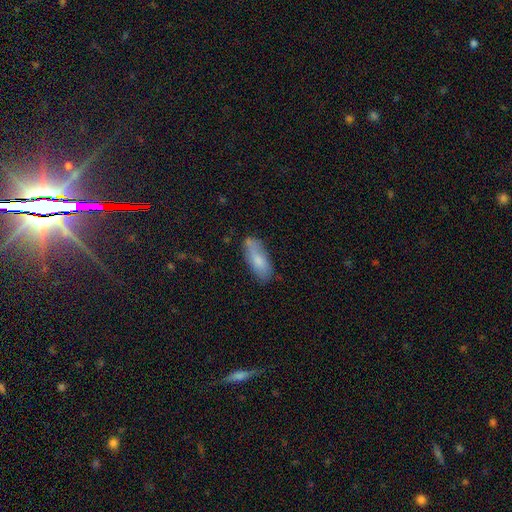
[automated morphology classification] Overall: smooth (73%). How rounded: in between (71%). Merging: none (68%).